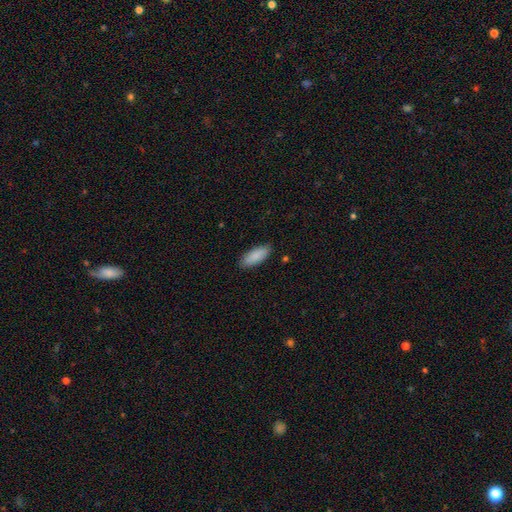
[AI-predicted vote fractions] smooth 89%, star or artifact 6%, featured or disk 5%. Down the decision tree: how rounded — in between (79%); merging — none (87%).